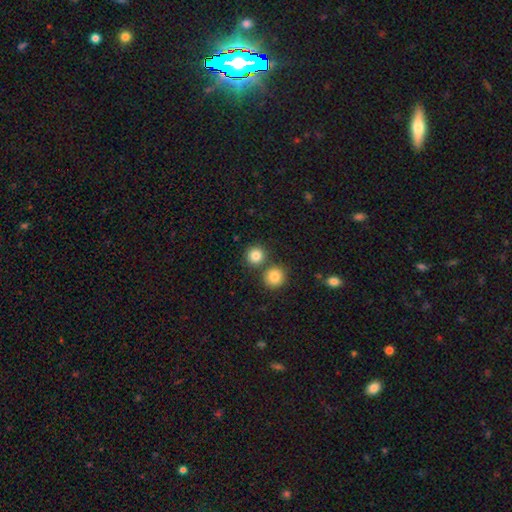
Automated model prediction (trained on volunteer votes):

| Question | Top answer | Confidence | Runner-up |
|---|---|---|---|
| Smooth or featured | smooth | 83% | star or artifact (11%) |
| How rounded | round | 92% | in between (7%) |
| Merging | none | 75% | merger (17%) |